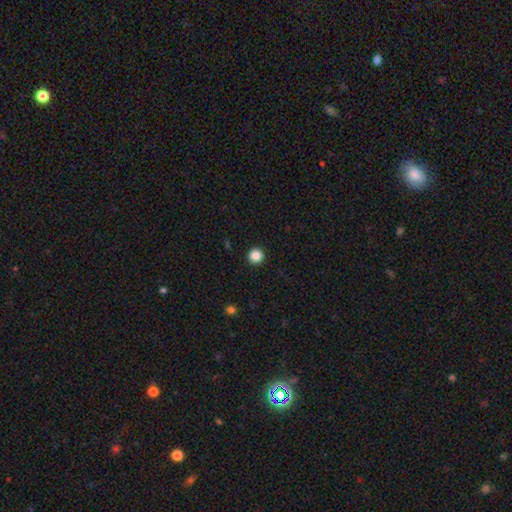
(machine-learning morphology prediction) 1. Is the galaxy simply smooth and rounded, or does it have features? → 86% smooth, 11% star or artifact, 3% featured or disk.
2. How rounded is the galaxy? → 96% round, 3% in between, 1% cigar-shaped.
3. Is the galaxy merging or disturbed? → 94% none, 4% minor disturbance, 1% major disturbance, 1% merger.